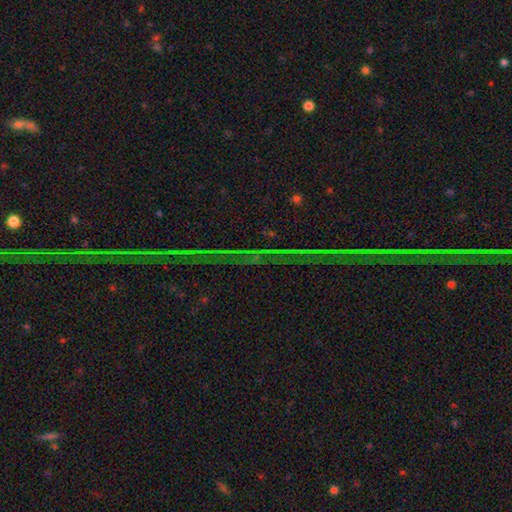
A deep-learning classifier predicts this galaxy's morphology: Smooth or featured?
  - star or artifact: 84% *
  - featured or disk: 9%
  - smooth: 6%